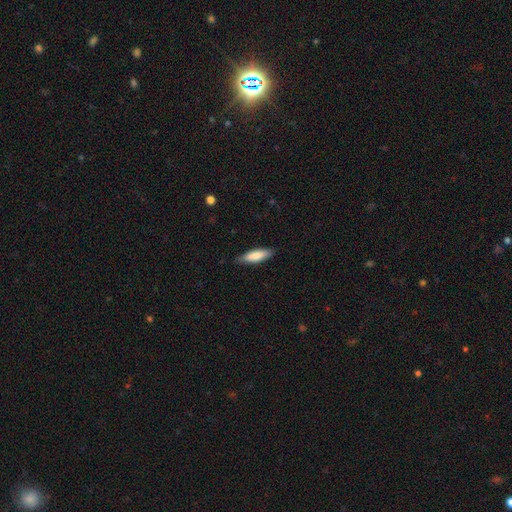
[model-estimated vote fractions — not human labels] A smooth galaxy with no disk features (82%) that is cigar-shaped (54%).

Vote fractions:
- Smooth or featured? smooth: 82% / featured or disk: 13% / star or artifact: 5%
- How rounded? cigar-shaped: 54% / in between: 45% / round: 2%
- Merging? none: 83% / minor disturbance: 14% / major disturbance: 2% / merger: 1%